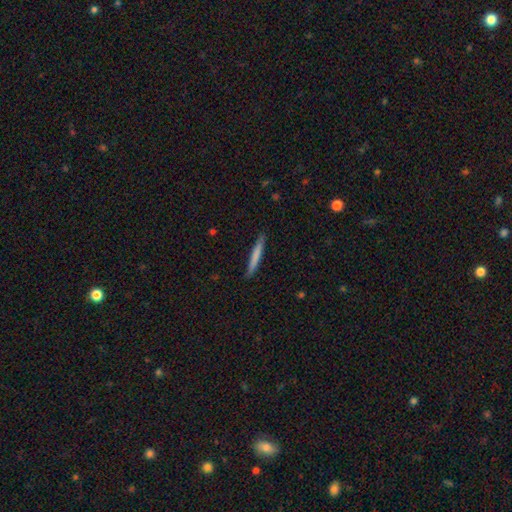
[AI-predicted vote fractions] smooth 72%, featured or disk 22%, star or artifact 5%. Down the decision tree: how rounded — cigar-shaped (96%); merging — none (89%).